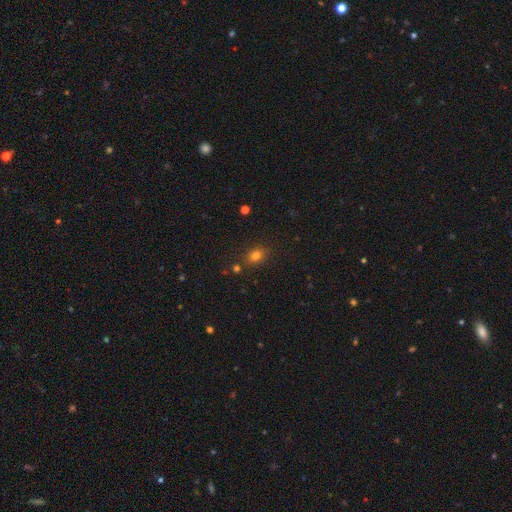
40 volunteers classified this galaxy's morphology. This is clearly a smooth galaxy (85%). How rounded: likely in between (74%). Merging: clearly none (89%).